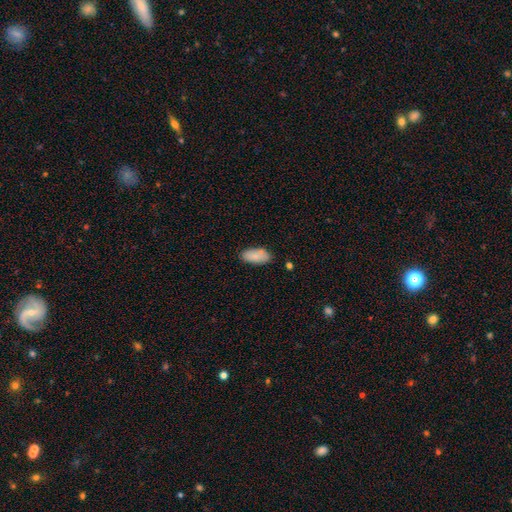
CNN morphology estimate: smooth 85%, featured or disk 8%, star or artifact 7%. Down the decision tree: how rounded — in between (92%); merging — none (77%).